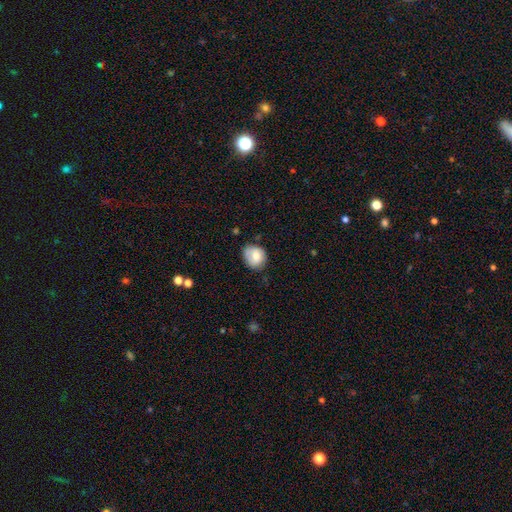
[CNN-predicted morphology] Overall: smooth (74%). How rounded: round (65%; in between 34%). Merging: none (63%; minor disturbance 28%).